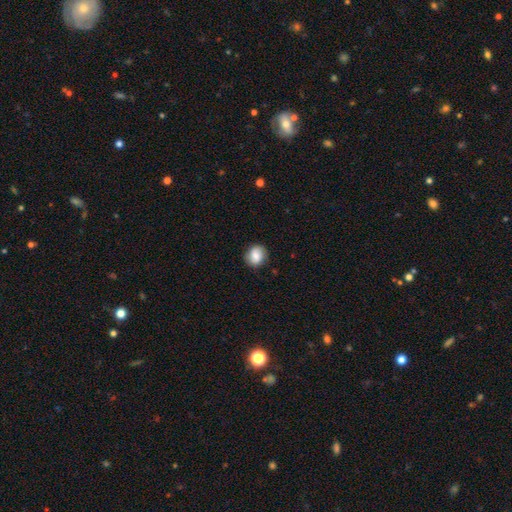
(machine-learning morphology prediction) Smooth or featured: smooth — 77% (featured or disk — 14%)
How rounded: round — 73% (in between — 26%)
Merging: none — 86% (minor disturbance — 11%)